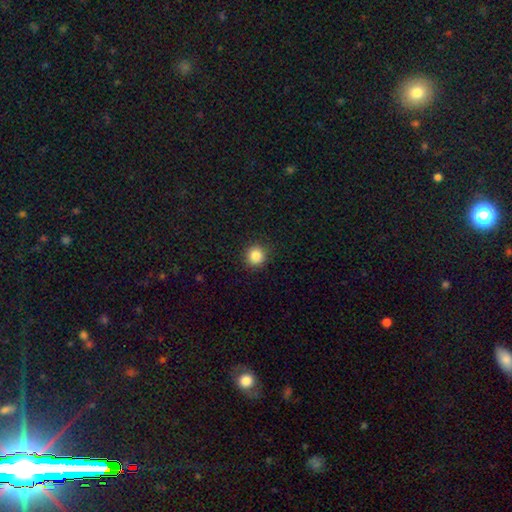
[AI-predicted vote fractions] A smooth galaxy with no disk features (86%) that is round (94%). Merging: none (91%).